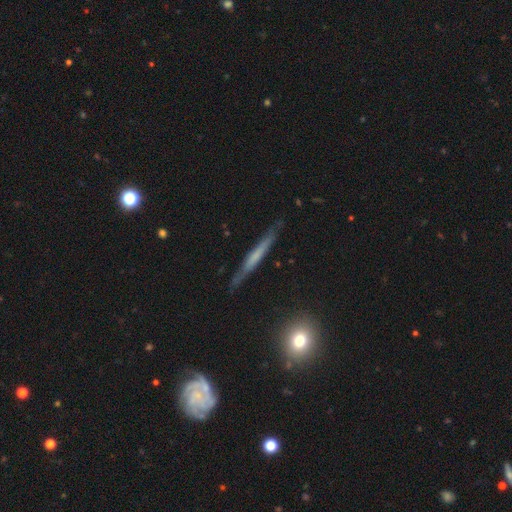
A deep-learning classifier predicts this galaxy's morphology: Smooth or featured? featured or disk (53%)
Edge-on disk? yes (93%)
Merging? none (82%)